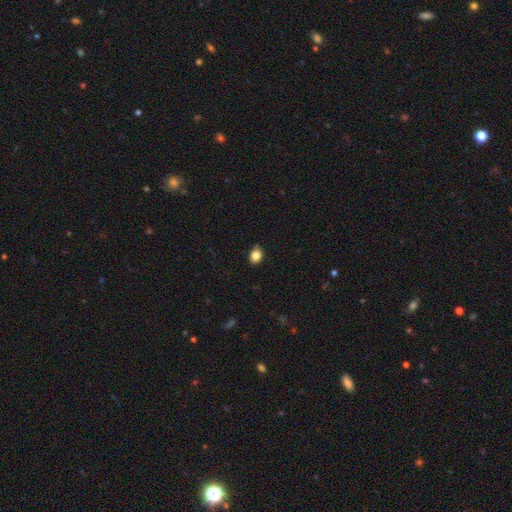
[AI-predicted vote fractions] Morphology: type=smooth (84%); roundness=in between (51%); merging=none (76%).